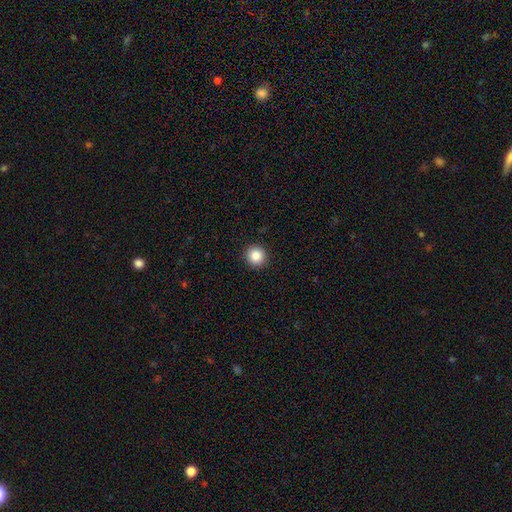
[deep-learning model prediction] The model was most divided on "smooth or featured": smooth: 86%, star or artifact: 10%, featured or disk: 4%. More confident: how rounded — round (95%); merging — none (93%).